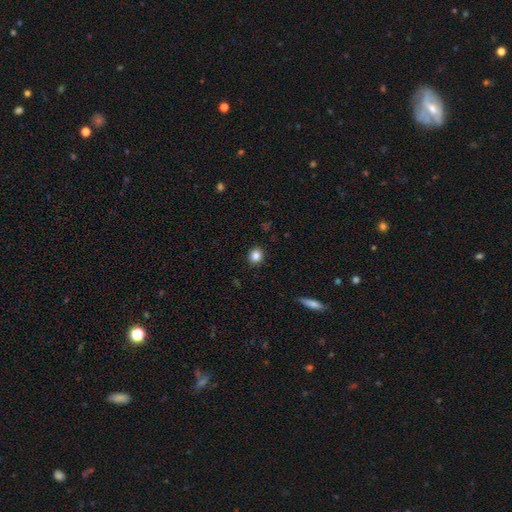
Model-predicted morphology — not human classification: Smooth or featured: smooth — 84% (star or artifact — 11%)
How rounded: round — 87% (in between — 12%)
Merging: none — 91% (minor disturbance — 6%)